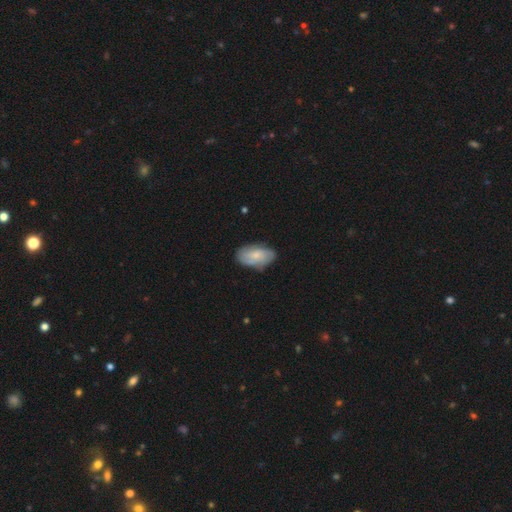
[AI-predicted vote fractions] Q: Smooth or featured?
A: smooth (55%); runner-up: featured or disk (38%)
Q: How rounded?
A: in between (93%); runner-up: round (4%)
Q: Merging?
A: none (73%); runner-up: minor disturbance (21%)